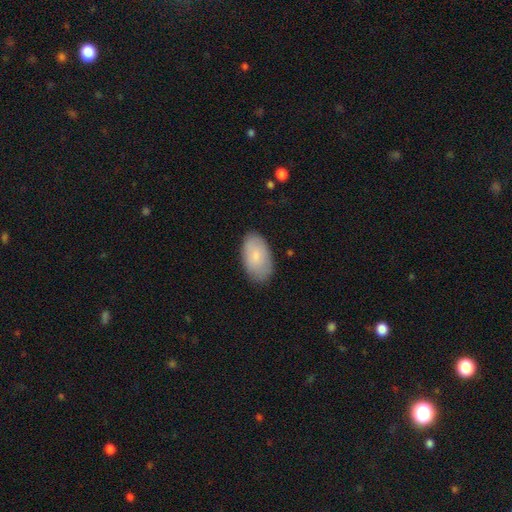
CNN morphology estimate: Q: Smooth or featured?
A: smooth (80%); runner-up: featured or disk (14%)
Q: How rounded?
A: in between (95%); runner-up: round (4%)
Q: Merging?
A: none (83%); runner-up: minor disturbance (14%)